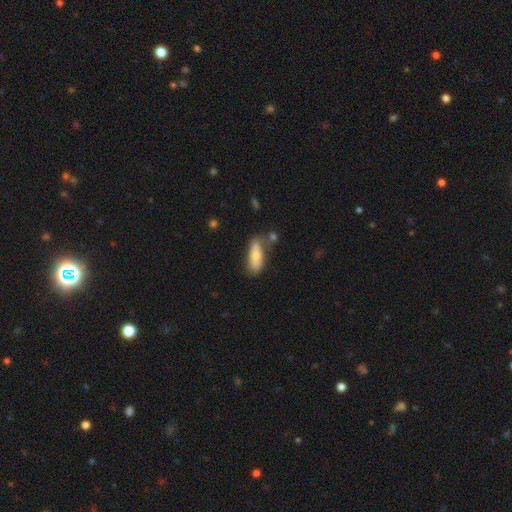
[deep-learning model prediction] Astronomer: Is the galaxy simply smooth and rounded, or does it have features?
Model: smooth — 70%.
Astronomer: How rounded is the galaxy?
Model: in between — 66%.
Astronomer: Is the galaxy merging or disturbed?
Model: none — 62%.